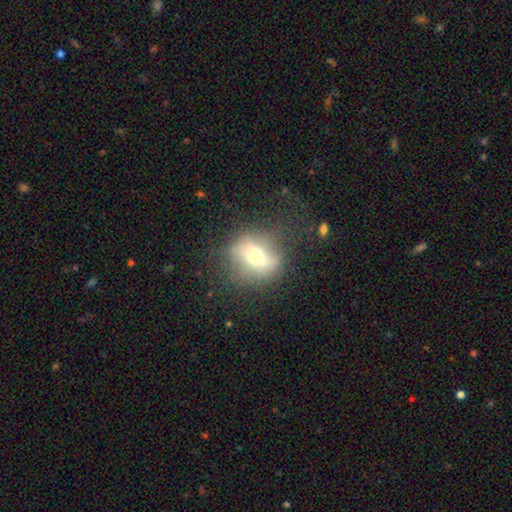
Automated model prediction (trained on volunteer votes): smooth-or-featured: featured or disk: 46% | smooth: 43% | star or artifact: 11%
  merging: none: 60% | minor disturbance: 21% | major disturbance: 16% | merger: 3%